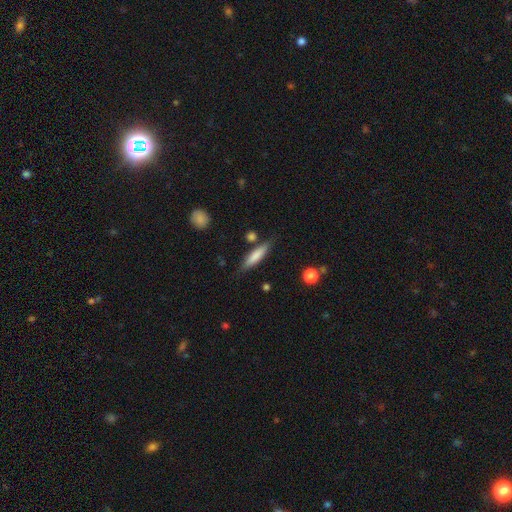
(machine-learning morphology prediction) type=smooth (71%); roundness=cigar-shaped (80%); merging=none (80%).